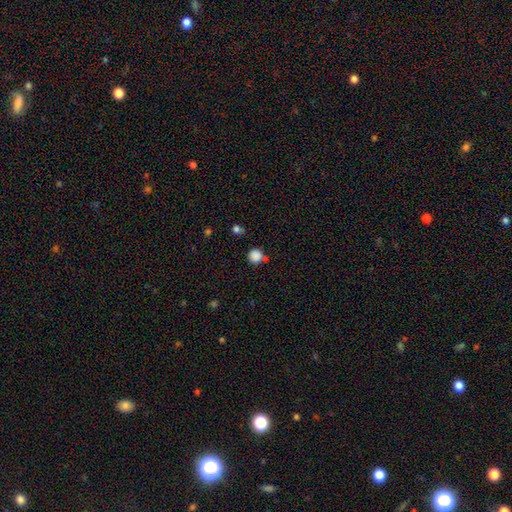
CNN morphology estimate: Q: Smooth or featured?
A: smooth (86%); runner-up: star or artifact (11%)
Q: How rounded?
A: round (92%); runner-up: in between (7%)
Q: Merging?
A: none (69%); runner-up: minor disturbance (16%)